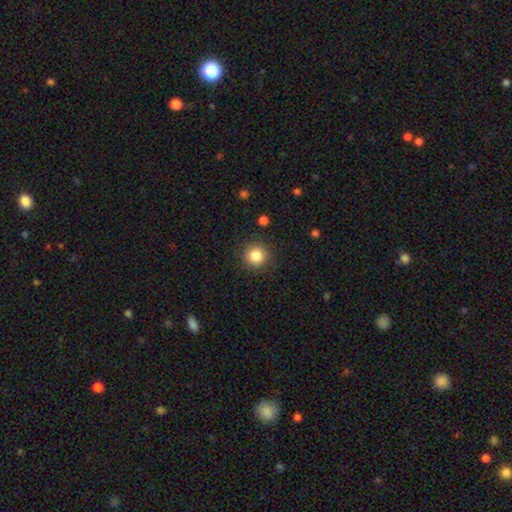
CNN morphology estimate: smooth-or-featured: smooth: 85% | star or artifact: 10% | featured or disk: 5%
  how-rounded: round: 93% | in between: 6% | cigar-shaped: 1%
  merging: none: 88% | minor disturbance: 8% | major disturbance: 3% | merger: 1%